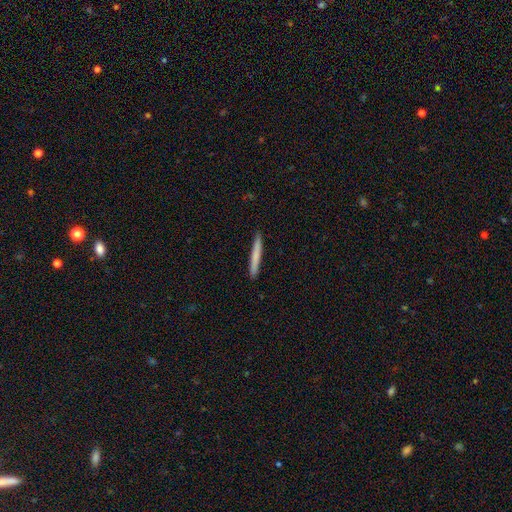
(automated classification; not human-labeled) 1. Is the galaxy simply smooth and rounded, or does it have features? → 72% smooth, 23% featured or disk, 6% star or artifact.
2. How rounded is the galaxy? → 97% cigar-shaped, 2% in between, 1% round.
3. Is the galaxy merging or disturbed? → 92% none, 6% minor disturbance, 1% major disturbance, 1% merger.